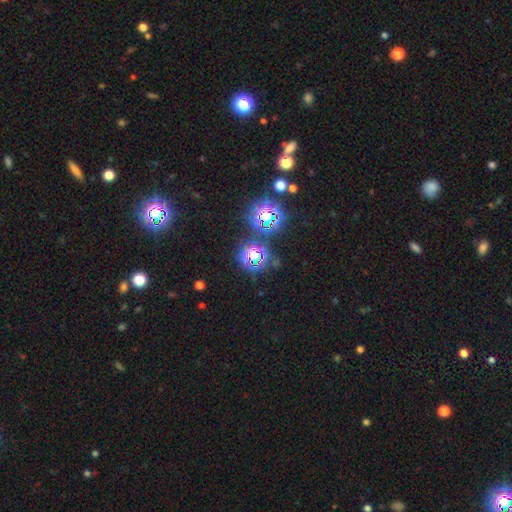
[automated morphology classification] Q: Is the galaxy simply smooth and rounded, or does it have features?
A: star or artifact — 76%.